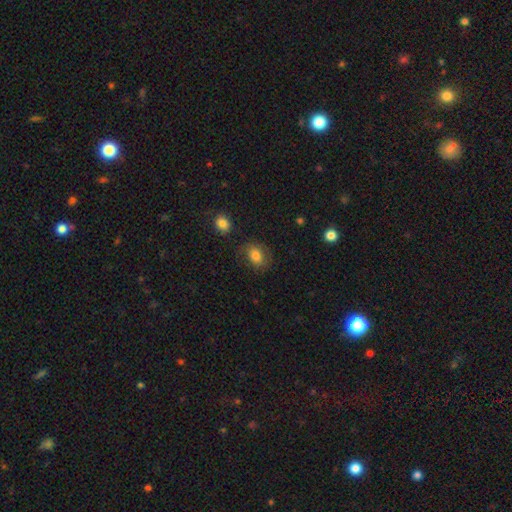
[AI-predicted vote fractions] The model was most divided on "how rounded": in between: 63%, round: 36%, cigar-shaped: 1%. More confident: smooth or featured — smooth (80%); merging — none (73%).